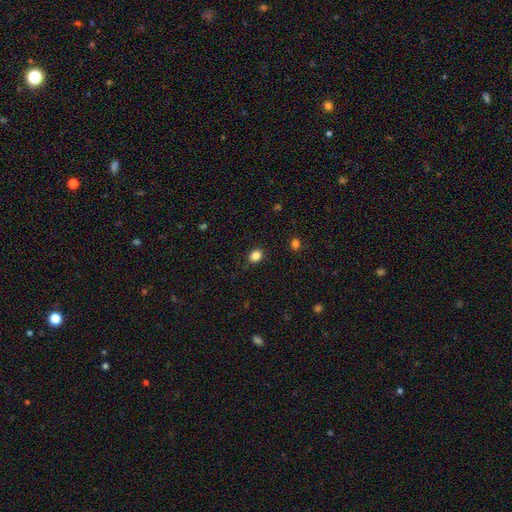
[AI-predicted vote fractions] A smooth galaxy with no disk features (85%) that is in between round and cigar-shaped (52%). Merging: none (86%).